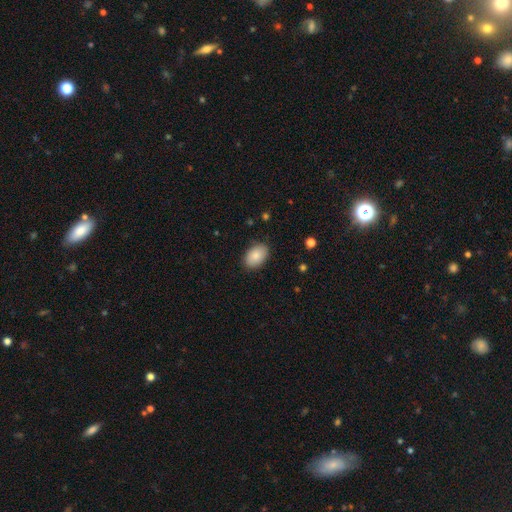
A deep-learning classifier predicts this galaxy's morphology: Overall: smooth (87%). How rounded: in between (91%). Merging: none (87%).